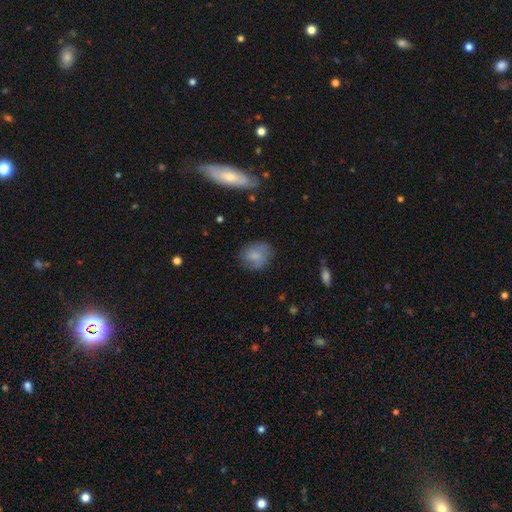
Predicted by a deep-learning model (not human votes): This is likely a smooth galaxy (72%). How rounded: possibly round (53%). Merging: likely none (67%).